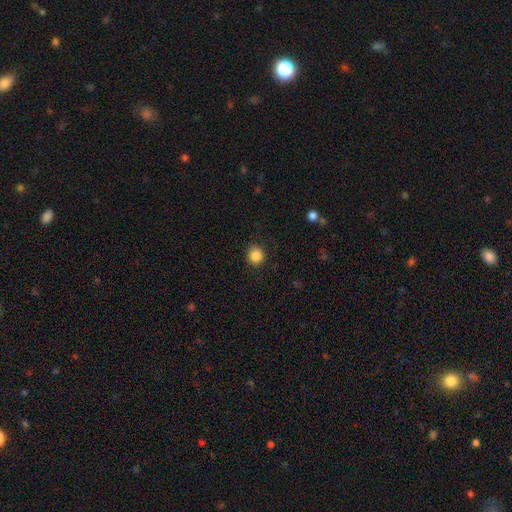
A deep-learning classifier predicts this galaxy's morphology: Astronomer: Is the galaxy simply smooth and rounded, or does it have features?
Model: smooth — 86%.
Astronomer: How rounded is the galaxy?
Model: round — 86%.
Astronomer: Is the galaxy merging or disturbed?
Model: none — 87%.